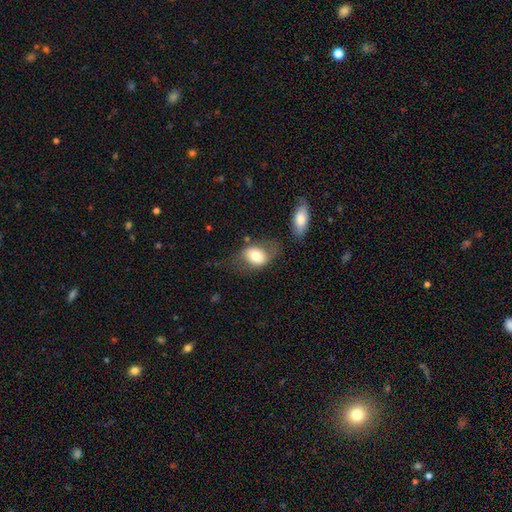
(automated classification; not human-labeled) smooth 69%, featured or disk 24%, star or artifact 7%. Down the decision tree: how rounded — in between (75%); merging — none (45%).